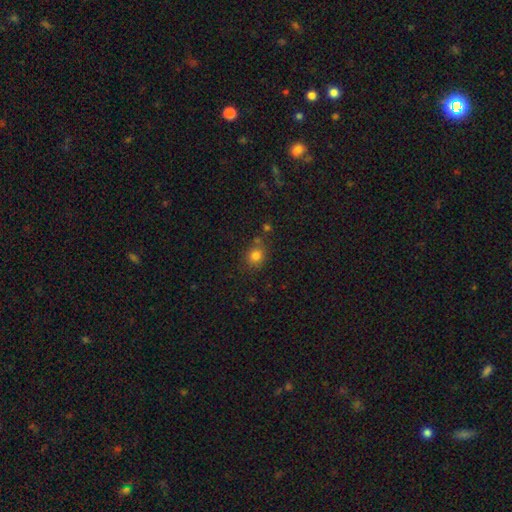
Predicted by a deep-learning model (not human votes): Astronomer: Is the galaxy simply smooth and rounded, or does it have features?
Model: smooth — 80%.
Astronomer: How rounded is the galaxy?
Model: round — 75%.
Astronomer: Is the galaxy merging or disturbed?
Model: none — 74%.